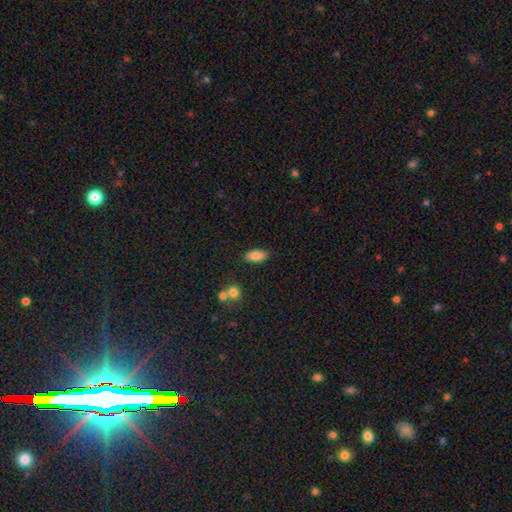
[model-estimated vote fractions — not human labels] Morphology: type=smooth (83%); roundness=in between (90%); merging=none (82%).